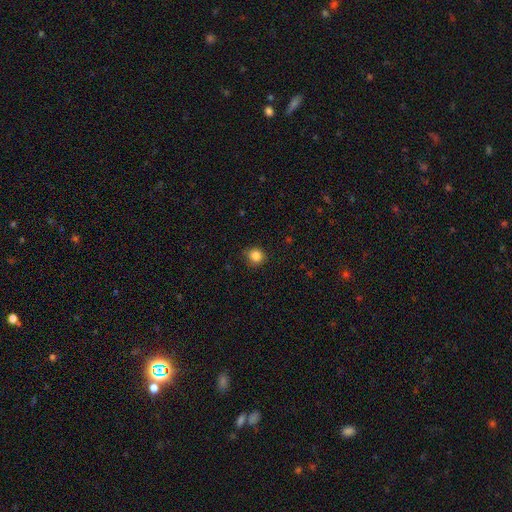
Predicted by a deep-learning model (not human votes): Q: Smooth or featured?
A: smooth (85%); runner-up: star or artifact (11%)
Q: How rounded?
A: round (90%); runner-up: in between (9%)
Q: Merging?
A: none (83%); runner-up: minor disturbance (13%)